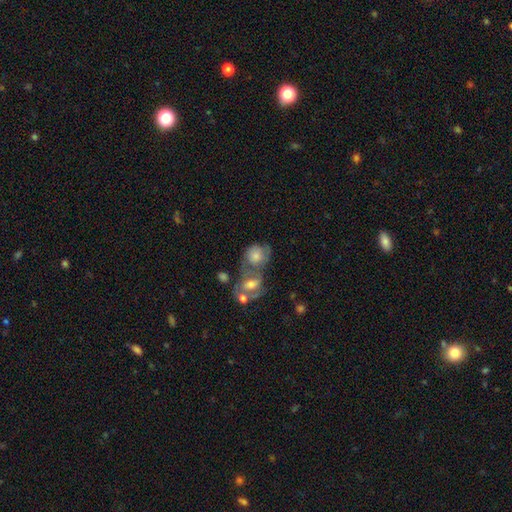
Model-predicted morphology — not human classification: smooth 59%, featured or disk 33%, star or artifact 8%. Down the decision tree: how rounded — round (54%); merging — merger (59%).